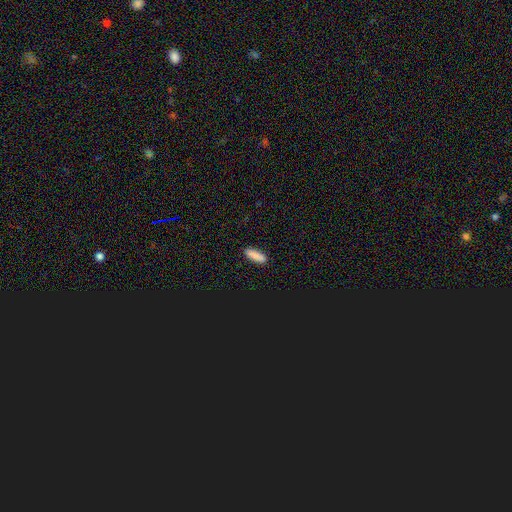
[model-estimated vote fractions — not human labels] The model was most divided on "how rounded": in between: 52%, cigar-shaped: 46%, round: 2%. More confident: merging — none (88%); smooth or featured — smooth (86%).